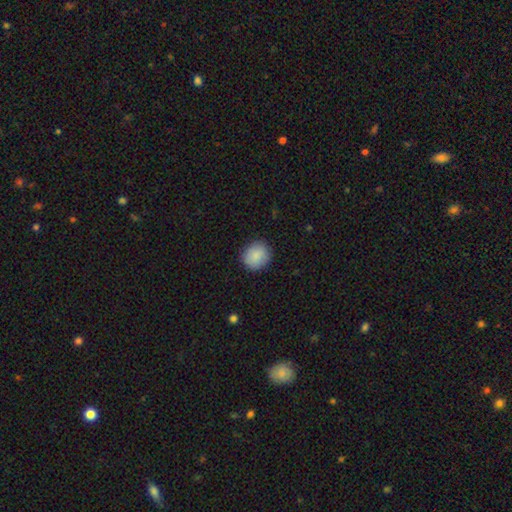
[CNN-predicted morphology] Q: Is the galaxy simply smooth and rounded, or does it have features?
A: smooth — 87%.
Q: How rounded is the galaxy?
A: round — 80%.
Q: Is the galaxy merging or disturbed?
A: none — 87%.